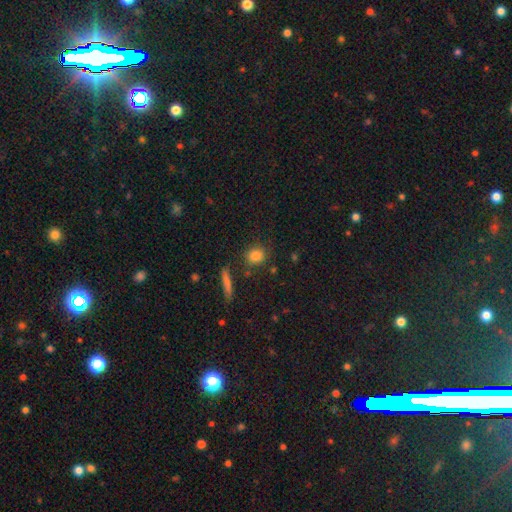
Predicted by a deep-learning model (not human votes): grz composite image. It shows a smooth galaxy with no disk features (83%) that is round (80%). Merging: none (82%).